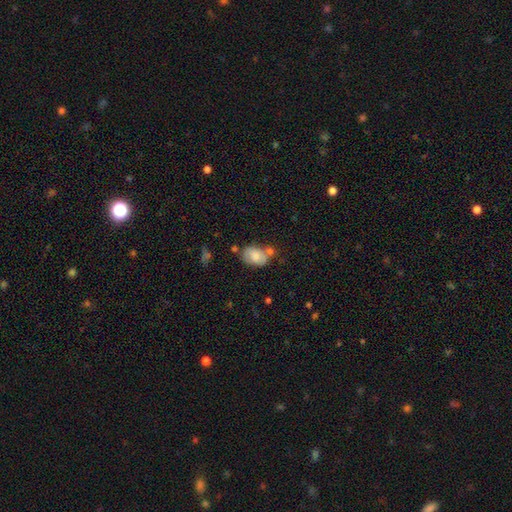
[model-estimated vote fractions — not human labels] Smooth or featured?
  - smooth: 71% *
  - featured or disk: 21%
  - star or artifact: 8%
How rounded?
  - in between: 80% *
  - round: 19%
  - cigar-shaped: 1%
Merging?
  - none: 45% *
  - minor disturbance: 24%
  - merger: 23%
  - major disturbance: 8%